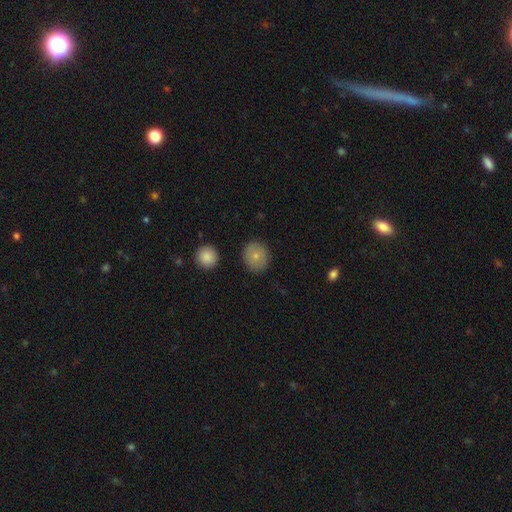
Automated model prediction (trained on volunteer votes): smooth_or_featured: smooth (p=0.77) [alt: featured or disk p=0.15]
how_rounded: round (p=0.82) [alt: in between p=0.17]
merging: none (p=0.87) [alt: minor disturbance p=0.09]